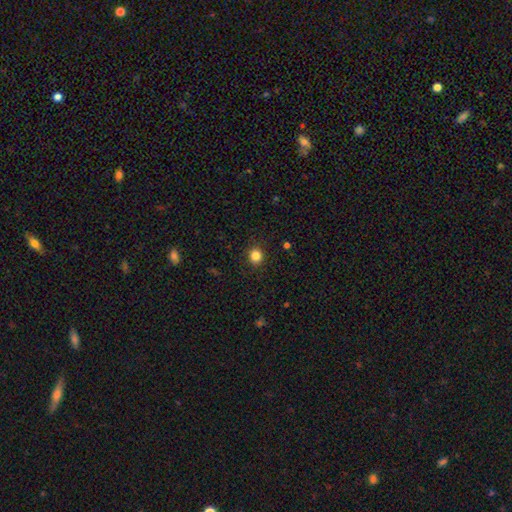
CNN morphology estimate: The model was most divided on "how rounded": round: 82%, in between: 17%, cigar-shaped: 1%. More confident: merging — none (90%); smooth or featured — smooth (84%).